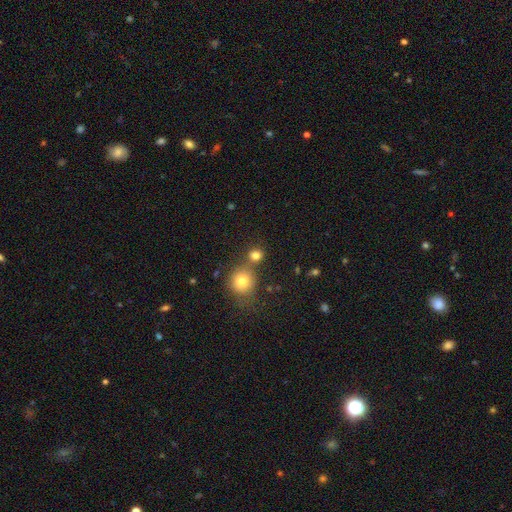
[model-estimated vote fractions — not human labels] Smooth or featured?
  - smooth: 79% *
  - star or artifact: 14%
  - featured or disk: 7%
How rounded?
  - round: 82% *
  - in between: 17%
  - cigar-shaped: 1%
Merging?
  - none: 63% *
  - merger: 25%
  - minor disturbance: 9%
  - major disturbance: 4%